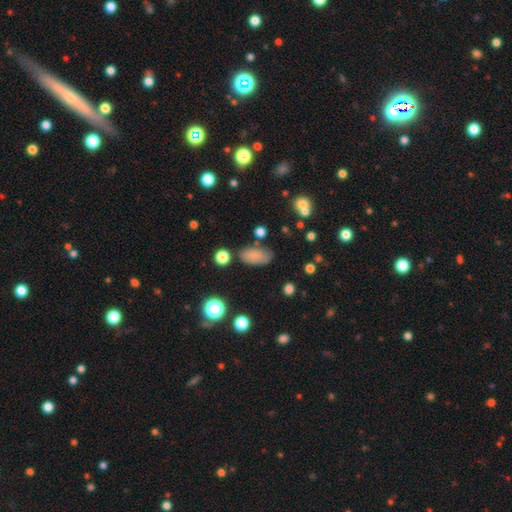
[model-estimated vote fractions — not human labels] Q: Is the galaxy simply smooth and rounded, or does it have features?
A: smooth — 80%.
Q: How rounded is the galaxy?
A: in between — 92%.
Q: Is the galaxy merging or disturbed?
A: none — 70%.